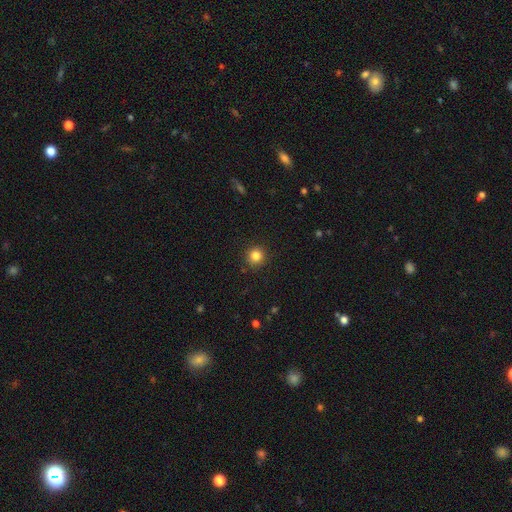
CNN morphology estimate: smooth-or-featured: smooth: 83% | star or artifact: 12% | featured or disk: 5%
  how-rounded: round: 94% | in between: 5% | cigar-shaped: 1%
  merging: none: 91% | minor disturbance: 6% | major disturbance: 2% | merger: 1%